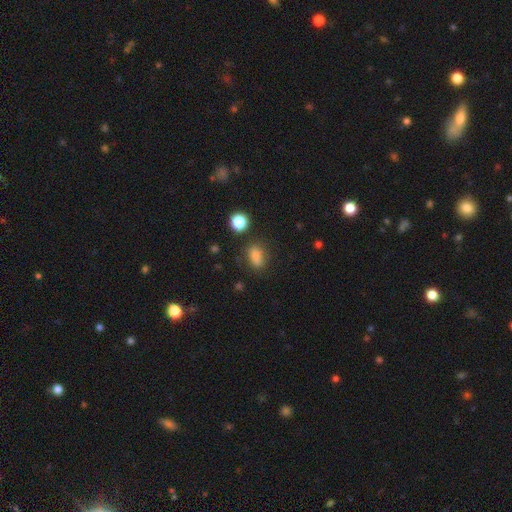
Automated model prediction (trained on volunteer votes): smooth_or_featured: smooth (p=0.80) [alt: star or artifact p=0.13]
how_rounded: in between (p=0.71) [alt: round p=0.19]
merging: none (p=0.70) [alt: minor disturbance p=0.18]